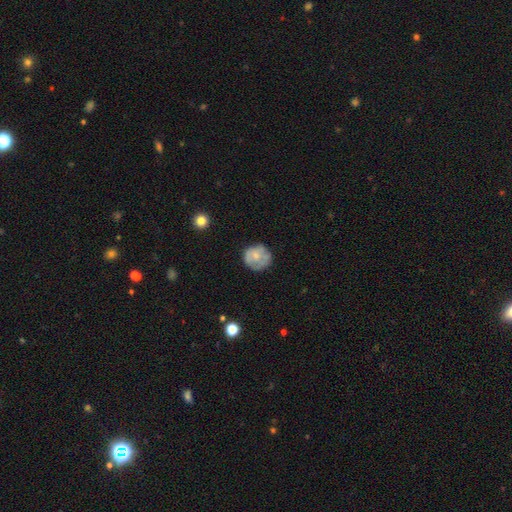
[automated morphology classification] A smooth galaxy with no disk features (61%) that is round (87%).

Vote fractions:
- Smooth or featured? smooth: 61% / featured or disk: 31% / star or artifact: 8%
- How rounded? round: 87% / in between: 12% / cigar-shaped: 1%
- Merging? none: 67% / minor disturbance: 23% / major disturbance: 7% / merger: 2%